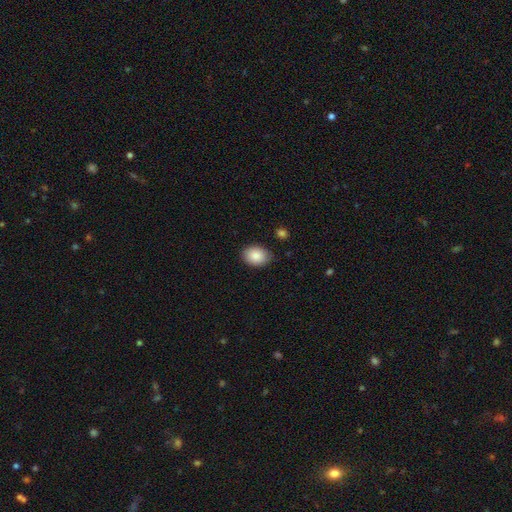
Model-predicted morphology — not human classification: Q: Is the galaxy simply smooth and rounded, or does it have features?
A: smooth — 88%.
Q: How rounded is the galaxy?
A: in between — 69%.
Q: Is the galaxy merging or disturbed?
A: none — 83%.